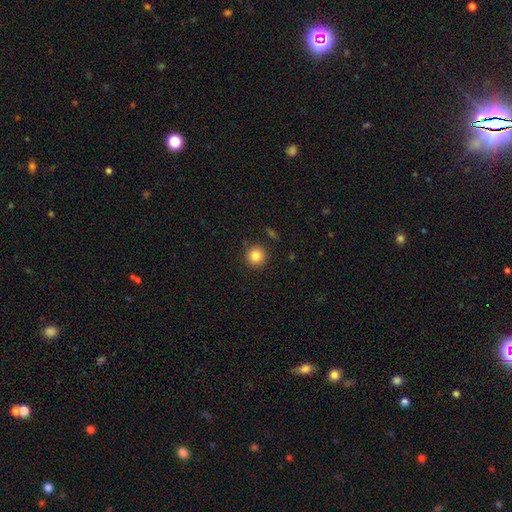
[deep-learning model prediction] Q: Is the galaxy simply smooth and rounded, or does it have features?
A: smooth — 84%.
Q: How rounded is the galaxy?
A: round — 94%.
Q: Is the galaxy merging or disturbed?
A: none — 89%.